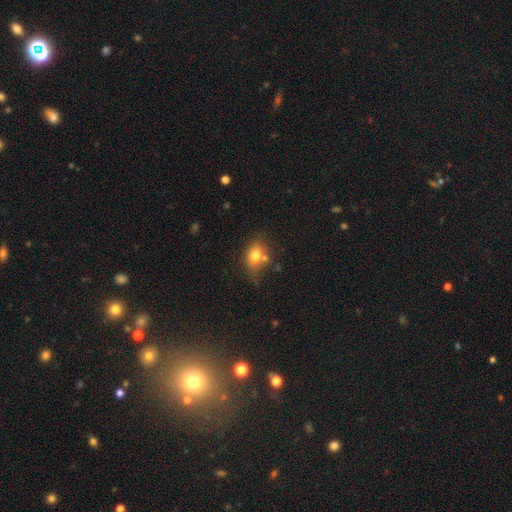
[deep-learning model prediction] smooth-or-featured: smooth: 74% | featured or disk: 15% | star or artifact: 10%
  how-rounded: in between: 68% | round: 30% | cigar-shaped: 2%
  merging: none: 54% | minor disturbance: 21% | merger: 18% | major disturbance: 7%